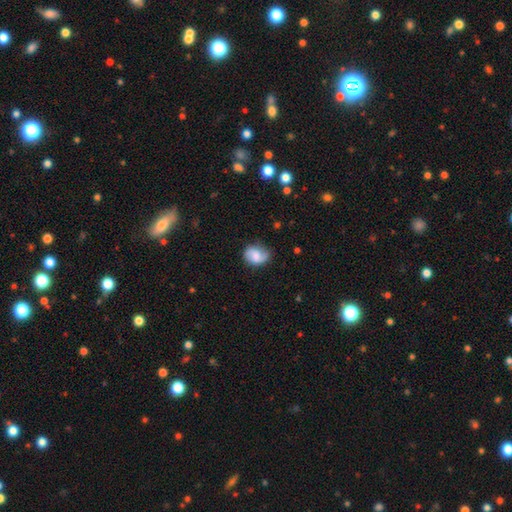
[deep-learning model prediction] This appears to be a smooth galaxy with no disk features (52%) that is in between round and cigar-shaped (53%). Merging: none (64%).